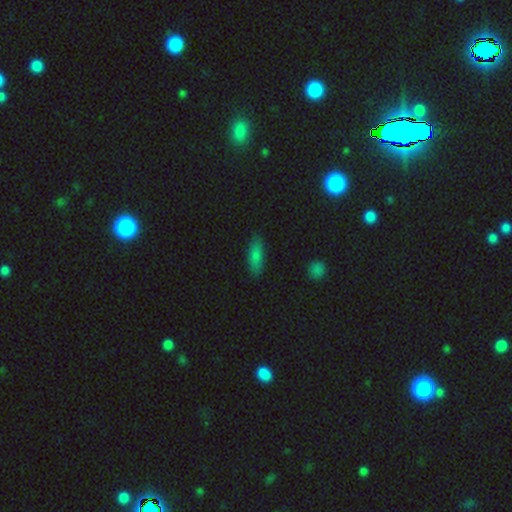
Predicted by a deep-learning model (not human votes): A smooth galaxy with no disk features (80%) that is in between round and cigar-shaped (68%). Merging: none (85%).